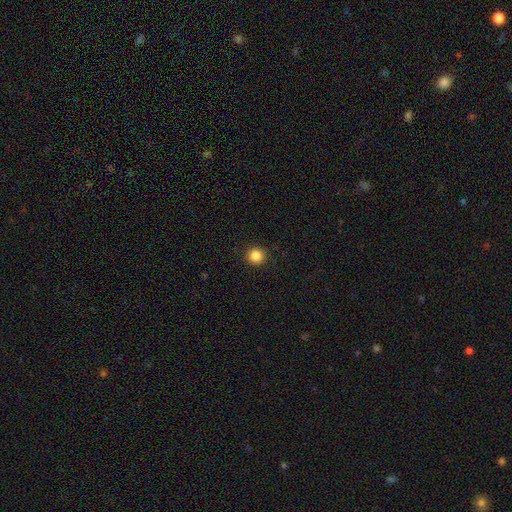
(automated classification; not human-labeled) This is clearly a smooth galaxy (85%). How rounded: clearly round (95%). Merging: clearly none (93%).